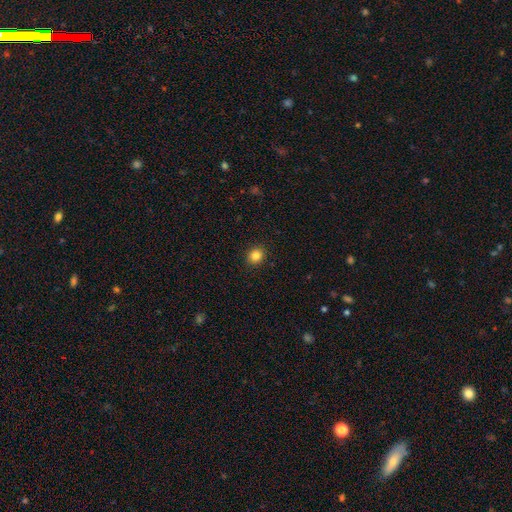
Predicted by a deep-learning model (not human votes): Smooth or featured? smooth (84%)
How rounded? round (74%)
Merging? none (92%)